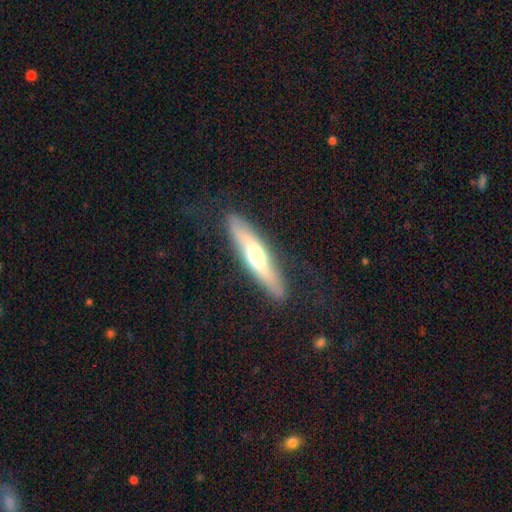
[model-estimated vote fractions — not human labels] Overall: featured or disk (53%; smooth 42%). Edge-on disk: yes (75%). Merging: none (83%).